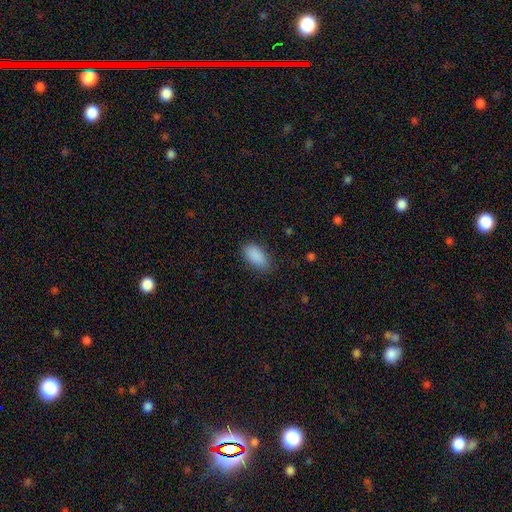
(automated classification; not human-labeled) Smooth or featured? Predicted: smooth (p=0.90). How rounded? Predicted: in between (p=0.92). Merging? Predicted: none (p=0.82).